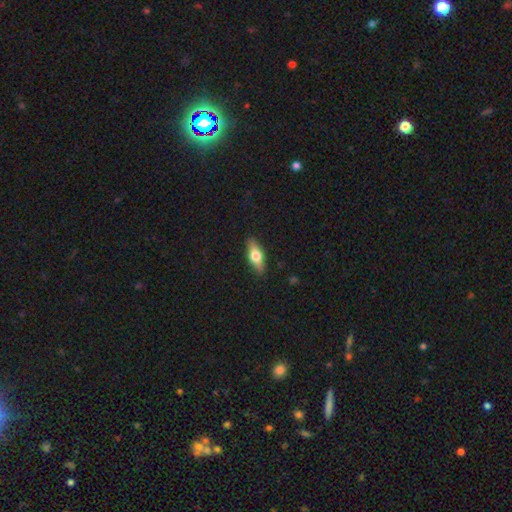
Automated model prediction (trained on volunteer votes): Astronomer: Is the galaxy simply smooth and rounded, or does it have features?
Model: smooth — 56% (runner-up: featured or disk, 38%).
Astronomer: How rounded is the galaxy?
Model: in between — 60% (runner-up: cigar-shaped, 35%).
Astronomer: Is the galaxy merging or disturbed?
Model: none — 89%.